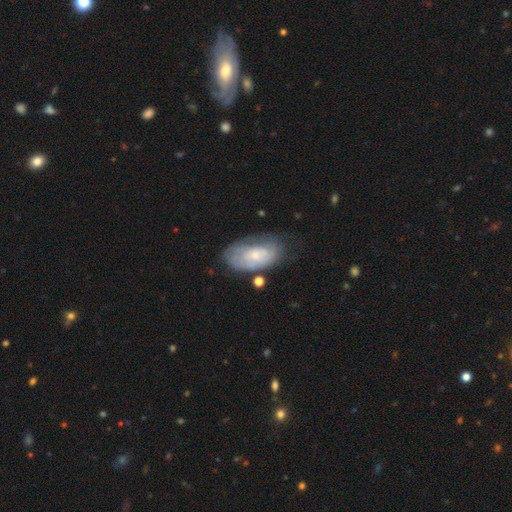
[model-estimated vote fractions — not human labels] This appears to be a featured or disk galaxy (56%) with no bar (80%), spiral arms (67%) and a small central bulge (70%). Merging: none (59%).